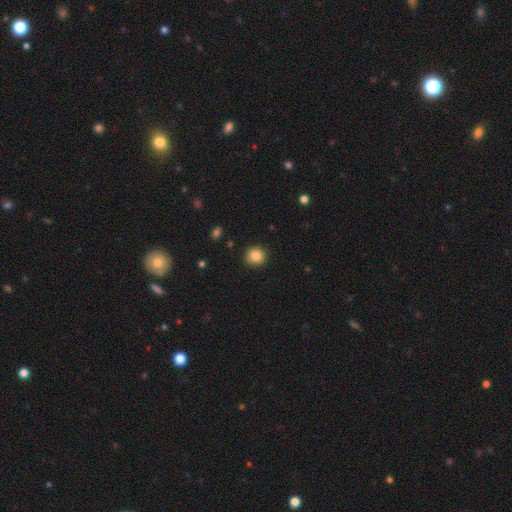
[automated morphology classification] A smooth galaxy with no disk features (84%) that is round (91%).

Vote fractions:
- Smooth or featured? smooth: 84% / star or artifact: 10% / featured or disk: 6%
- How rounded? round: 91% / in between: 8% / cigar-shaped: 1%
- Merging? none: 89% / minor disturbance: 8% / major disturbance: 2% / merger: 1%